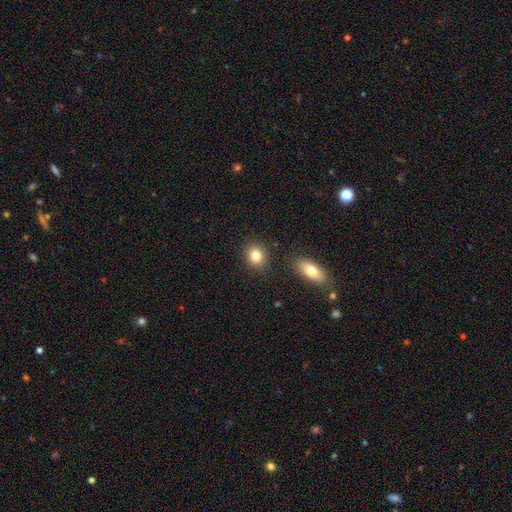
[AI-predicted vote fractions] Overall: smooth (83%). How rounded: round (62%; in between 37%). Merging: none (85%).